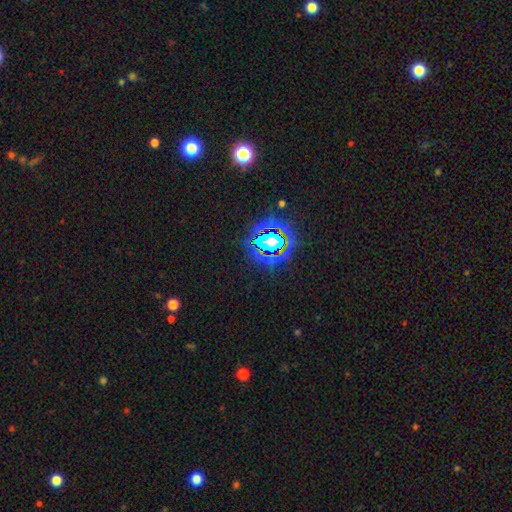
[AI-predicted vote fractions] Q: Smooth or featured?
A: star or artifact (83%); runner-up: smooth (10%)